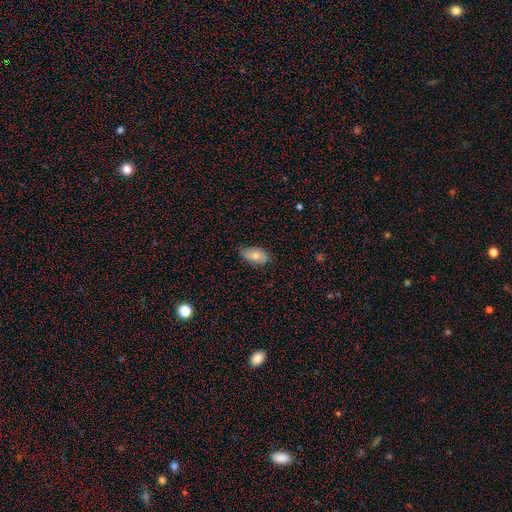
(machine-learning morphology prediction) smooth_or_featured: smooth (p=0.75) [alt: featured or disk p=0.18]
how_rounded: in between (p=0.93) [alt: round p=0.05]
merging: none (p=0.70) [alt: minor disturbance p=0.25]